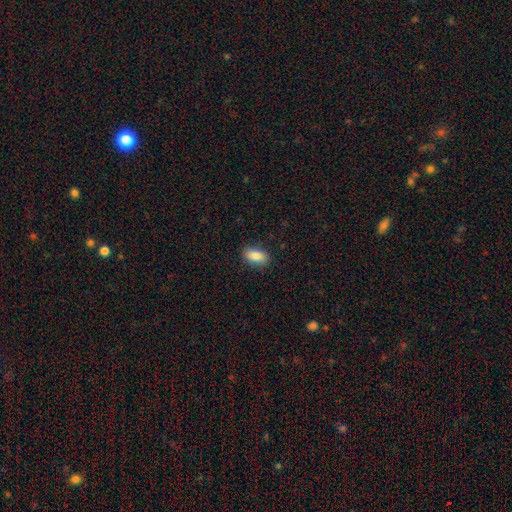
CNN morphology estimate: smooth 86%, star or artifact 7%, featured or disk 7%. Down the decision tree: how rounded — in between (90%); merging — none (87%).